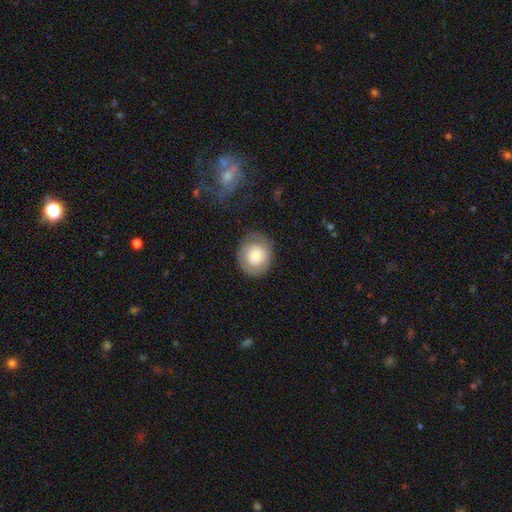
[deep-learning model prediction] smooth_or_featured: smooth (p=0.70) [alt: featured or disk p=0.23]
how_rounded: round (p=0.76) [alt: in between p=0.23]
merging: none (p=0.74) [alt: minor disturbance p=0.17]